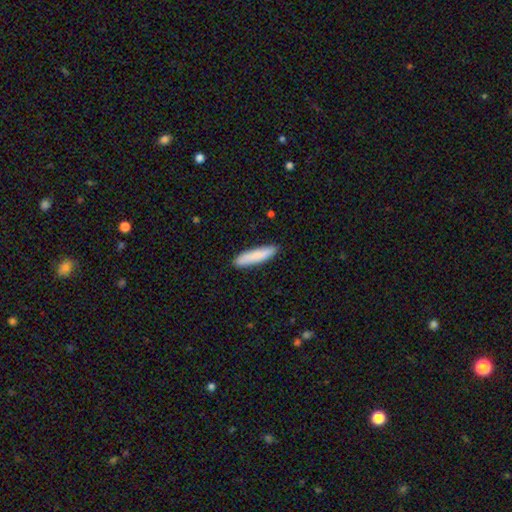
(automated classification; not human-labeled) Morphology: type=smooth (85%); roundness=cigar-shaped (82%); merging=none (89%).